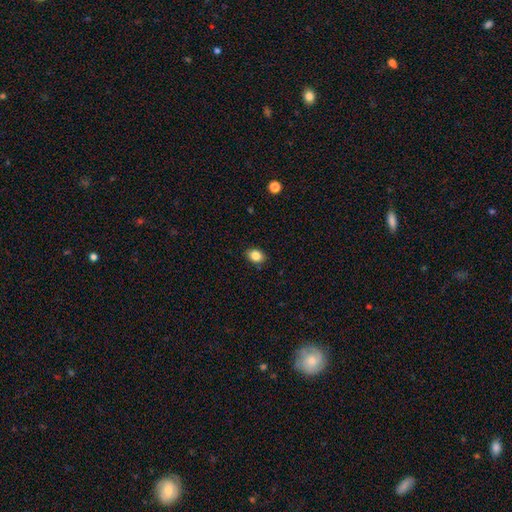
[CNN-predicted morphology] smooth 84%, star or artifact 10%, featured or disk 6%. Down the decision tree: how rounded — in between (67%); merging — none (87%).